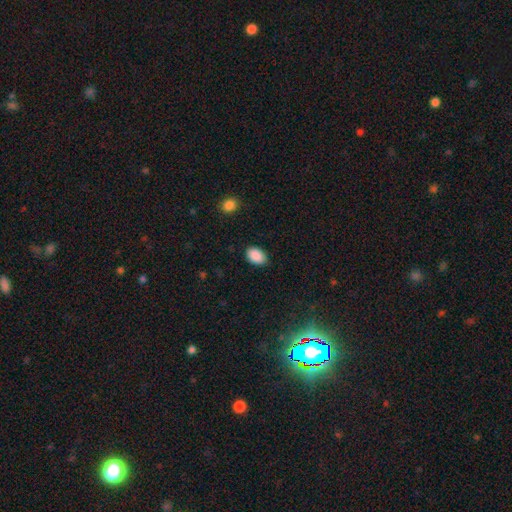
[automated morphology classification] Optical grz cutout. It shows a smooth galaxy with no disk features (90%) that is in between round and cigar-shaped (87%). Merging: none (84%).